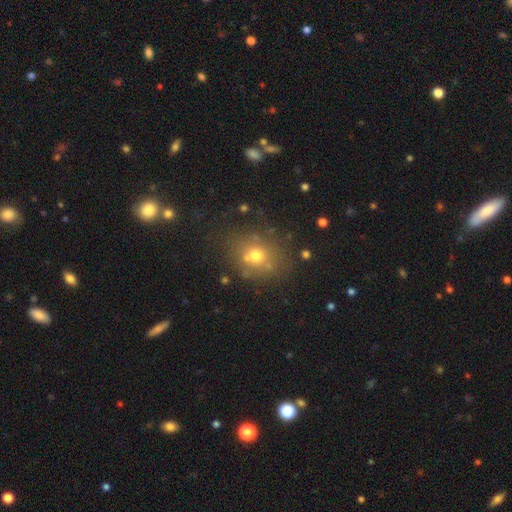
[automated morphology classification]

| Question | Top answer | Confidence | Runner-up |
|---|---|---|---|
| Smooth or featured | smooth | 66% | star or artifact (17%) |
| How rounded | round | 68% | in between (31%) |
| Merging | none | 71% | minor disturbance (14%) |